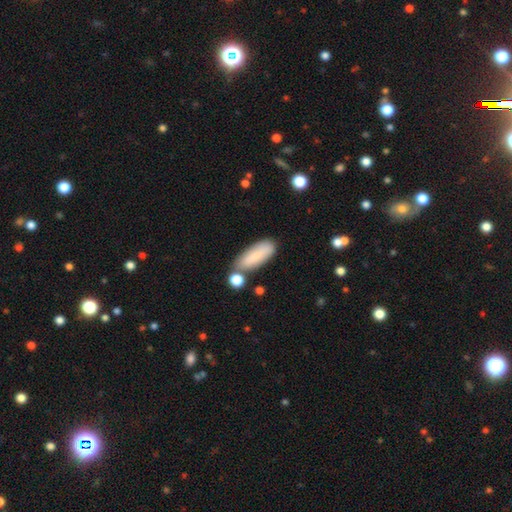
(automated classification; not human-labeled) This appears to be a smooth galaxy with no disk features (81%) that is in between round and cigar-shaped (65%). Merging: none (69%).